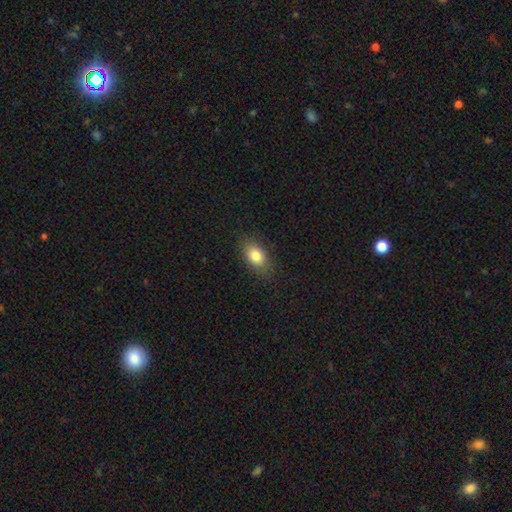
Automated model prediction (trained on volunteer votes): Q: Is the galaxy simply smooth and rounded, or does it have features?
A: smooth — 82%.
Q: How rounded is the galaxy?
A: in between — 82%.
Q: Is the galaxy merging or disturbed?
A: none — 83%.